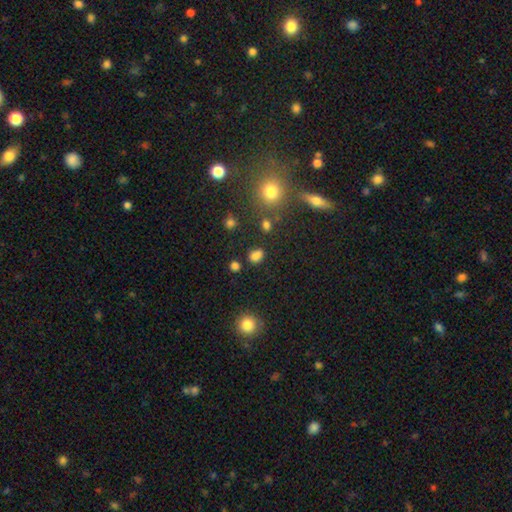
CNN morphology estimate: Smooth or featured: smooth — 76% (star or artifact — 18%)
How rounded: in between — 59% (round — 39%)
Merging: none — 70% (minor disturbance — 14%)